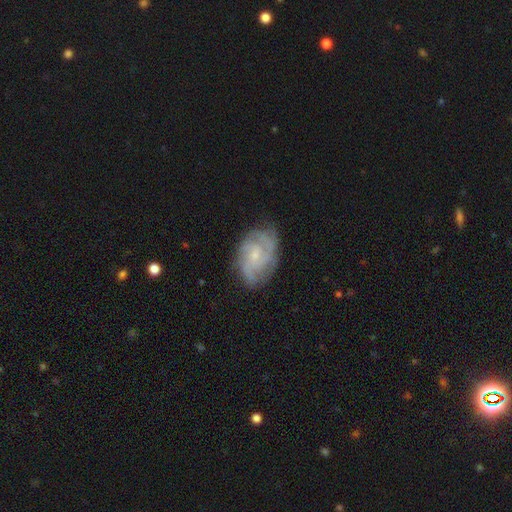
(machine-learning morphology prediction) featured or disk 79%, smooth 15%, star or artifact 6%. Down the decision tree: edge-on disk — no (97%); bar — no (65%); spiral arms — yes (94%); spiral arm count — can't tell (31%); spiral winding — tight (49%); bulge size — small (69%); merging — none (72%).